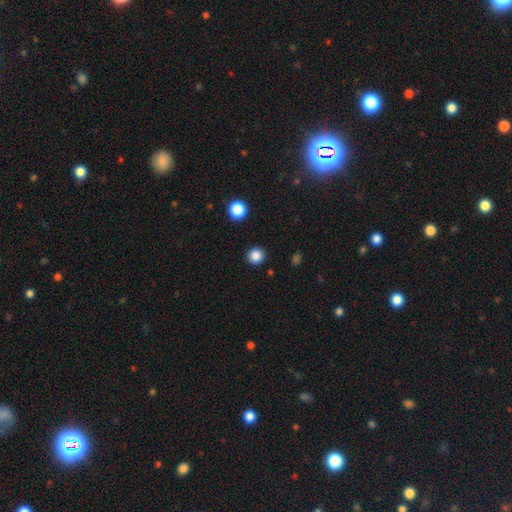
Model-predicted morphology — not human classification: This is clearly a smooth galaxy (85%). How rounded: clearly round (93%). Merging: clearly none (92%).